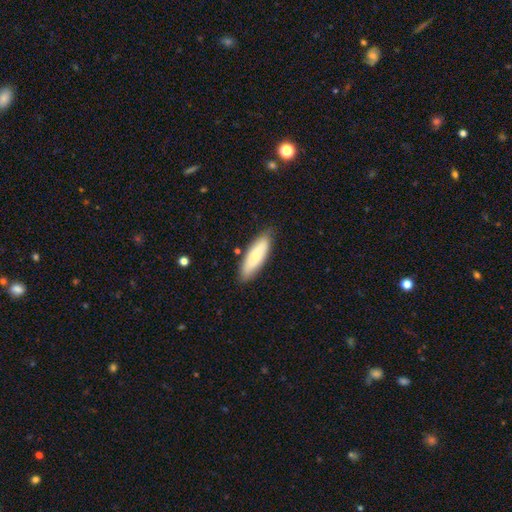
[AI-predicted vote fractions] Smooth or featured? Predicted: smooth (p=0.70). How rounded? Predicted: in between (p=0.54). Merging? Predicted: none (p=0.83).